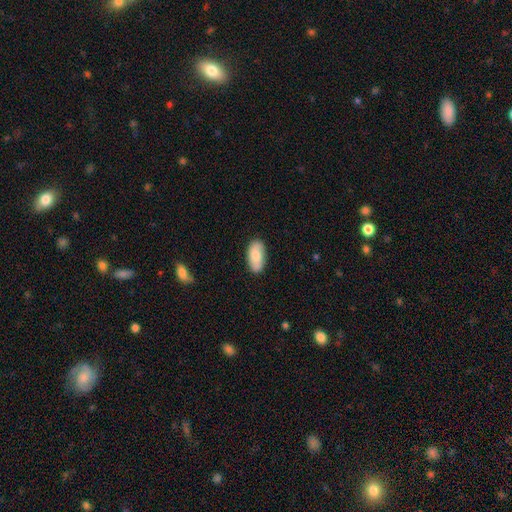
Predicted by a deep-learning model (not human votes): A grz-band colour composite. It shows a smooth galaxy with no disk features (79%) that is in between round and cigar-shaped (92%). Merging: none (84%).